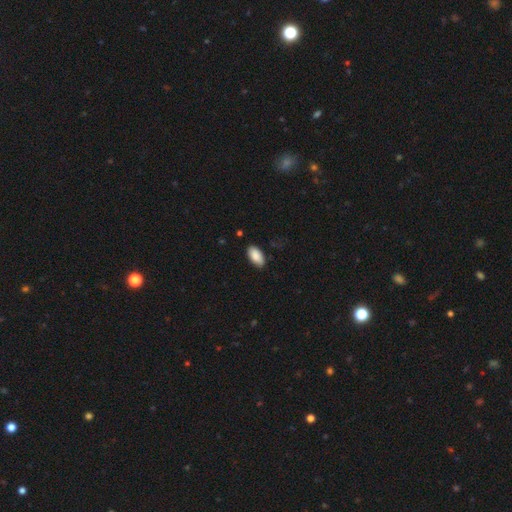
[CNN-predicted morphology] A smooth galaxy with no disk features (88%) that is in between round and cigar-shaped (95%).

Vote fractions:
- Smooth or featured? smooth: 88% / star or artifact: 6% / featured or disk: 5%
- How rounded? in between: 95% / cigar-shaped: 3% / round: 2%
- Merging? none: 84% / minor disturbance: 13% / major disturbance: 2% / merger: 1%